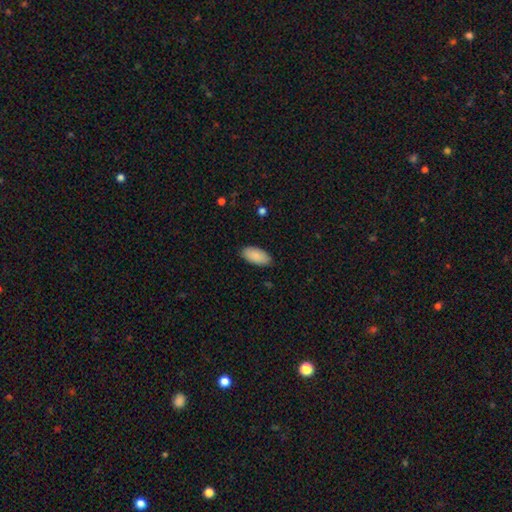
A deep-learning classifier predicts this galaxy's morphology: The model was most divided on "merging": none: 86%, minor disturbance: 11%, major disturbance: 2%, merger: 1%. More confident: how rounded — in between (94%); smooth or featured — smooth (90%).